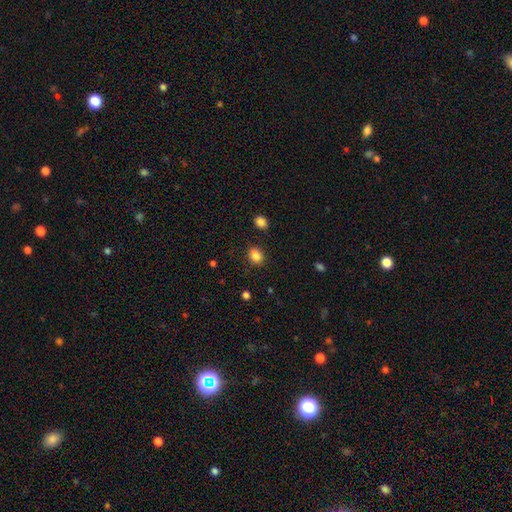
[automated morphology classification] Smooth or featured: smooth — 86% (star or artifact — 10%)
How rounded: in between — 50% (round — 49%)
Merging: none — 83% (minor disturbance — 12%)